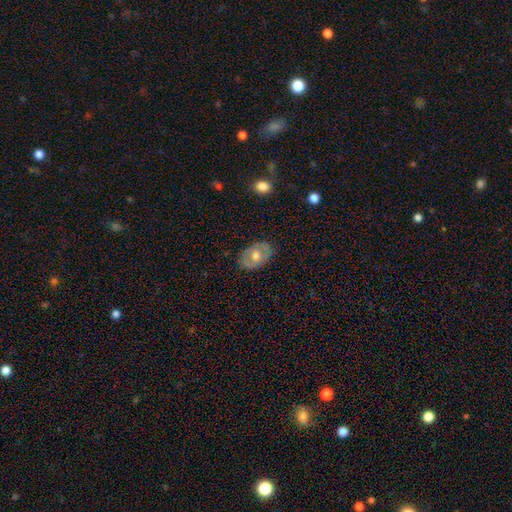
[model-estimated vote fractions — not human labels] Smooth or featured? smooth (49%)
Merging? none (81%)